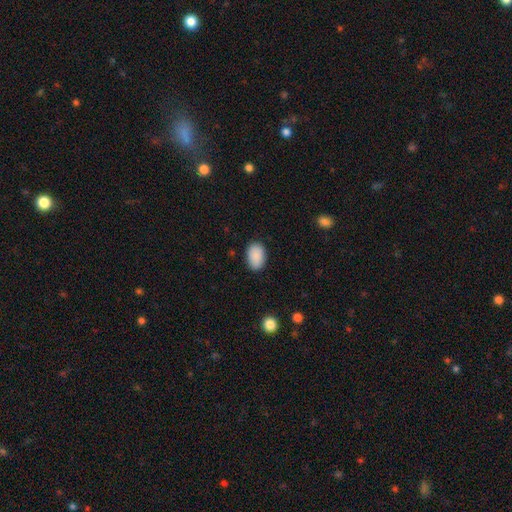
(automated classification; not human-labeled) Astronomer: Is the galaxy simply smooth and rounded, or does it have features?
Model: smooth — 90%.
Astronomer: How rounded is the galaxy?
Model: in between — 88%.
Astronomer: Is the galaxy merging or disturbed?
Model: none — 84%.